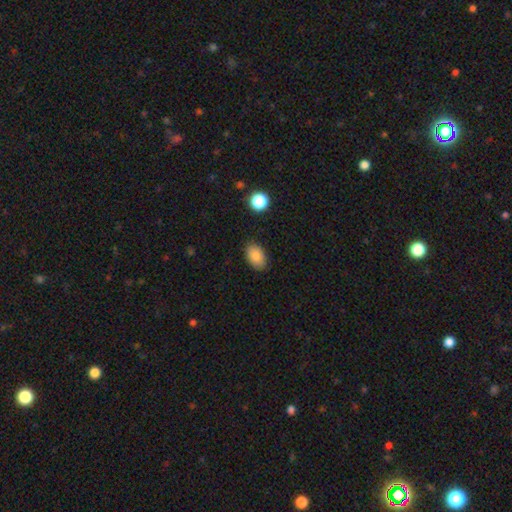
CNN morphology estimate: A smooth galaxy with no disk features (85%) that is in between round and cigar-shaped (87%). Merging: none (85%).